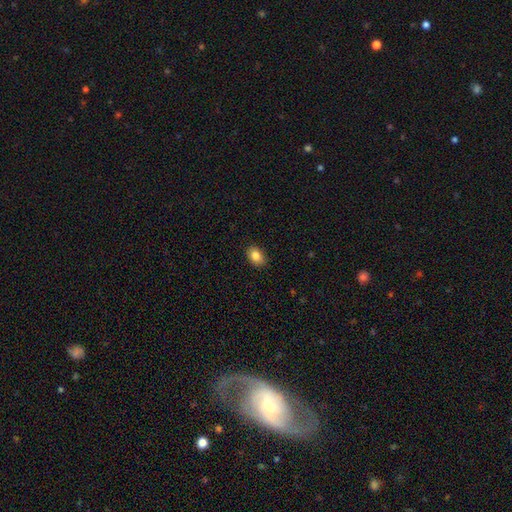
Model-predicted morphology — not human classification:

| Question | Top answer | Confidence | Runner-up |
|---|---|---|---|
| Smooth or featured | smooth | 85% | star or artifact (8%) |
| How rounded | in between | 80% | round (19%) |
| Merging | none | 89% | minor disturbance (8%) |